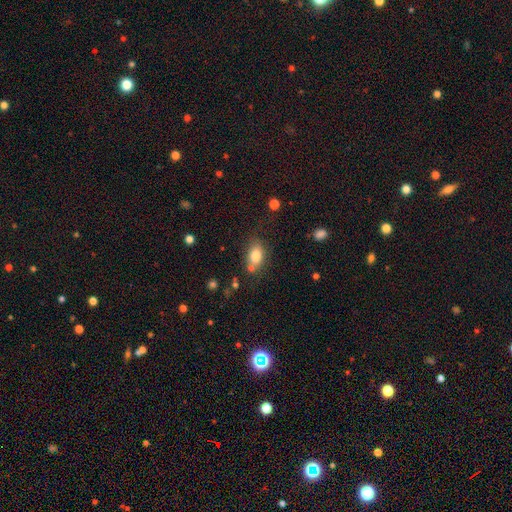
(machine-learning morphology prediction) Overall: smooth (80%). How rounded: in between (80%). Merging: none (64%).